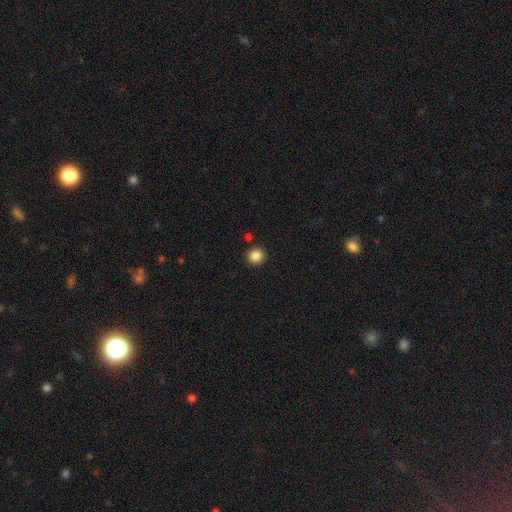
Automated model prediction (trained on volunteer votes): Smooth or featured: smooth — 86% (star or artifact — 11%)
How rounded: round — 94% (in between — 5%)
Merging: none — 90% (minor disturbance — 6%)